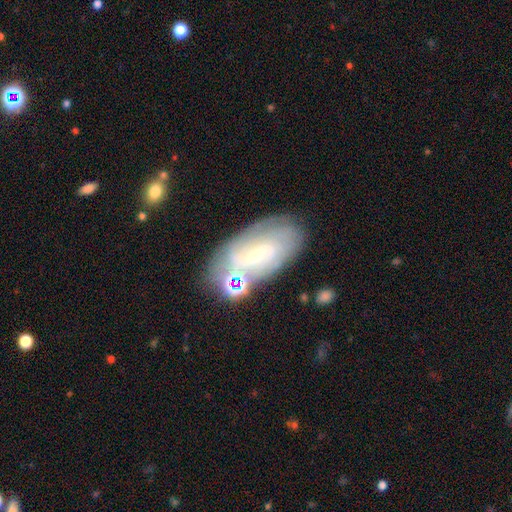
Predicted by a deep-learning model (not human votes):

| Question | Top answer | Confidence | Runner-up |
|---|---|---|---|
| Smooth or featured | featured or disk | 68% | smooth (23%) |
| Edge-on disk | no | 93% | yes (7%) |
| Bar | weak | 47% | no (33%) |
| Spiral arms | yes | 77% | no (23%) |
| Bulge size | small | 67% | moderate (22%) |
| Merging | none | 65% | minor disturbance (19%) |